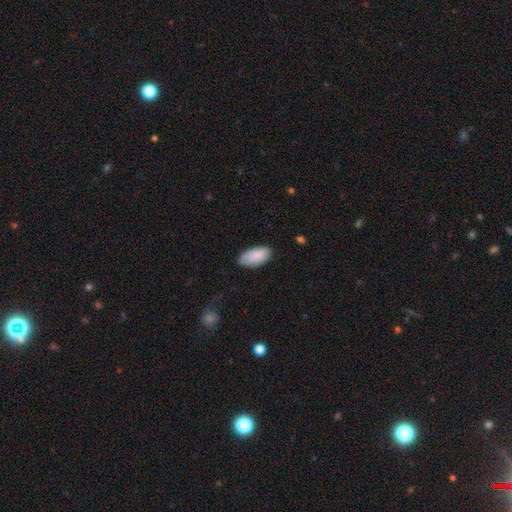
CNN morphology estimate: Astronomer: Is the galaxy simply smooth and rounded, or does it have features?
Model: smooth — 86%.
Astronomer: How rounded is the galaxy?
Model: in between — 94%.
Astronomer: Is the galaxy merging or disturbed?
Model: none — 75%.